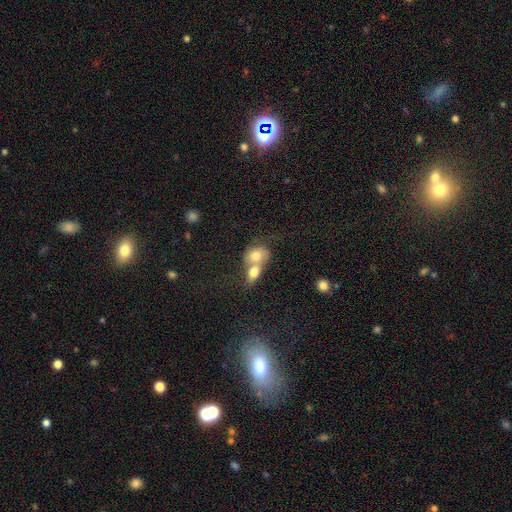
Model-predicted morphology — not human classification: Q: Smooth or featured?
A: smooth (70%); runner-up: featured or disk (21%)
Q: How rounded?
A: round (50%); runner-up: in between (48%)
Q: Merging?
A: merger (77%); runner-up: none (13%)